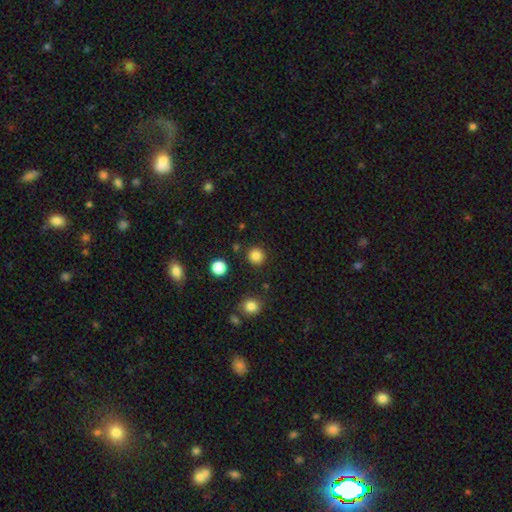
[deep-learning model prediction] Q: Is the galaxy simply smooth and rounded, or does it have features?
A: smooth — 84%.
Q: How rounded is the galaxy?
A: round — 94%.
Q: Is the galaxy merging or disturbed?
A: none — 90%.